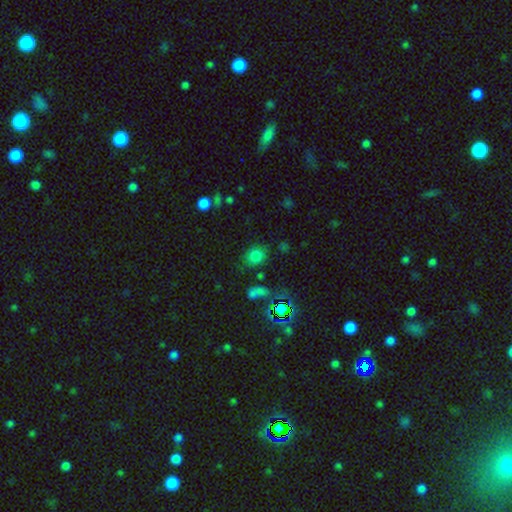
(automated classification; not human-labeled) Smooth or featured? smooth (73%)
How rounded? round (59%)
Merging? none (73%)